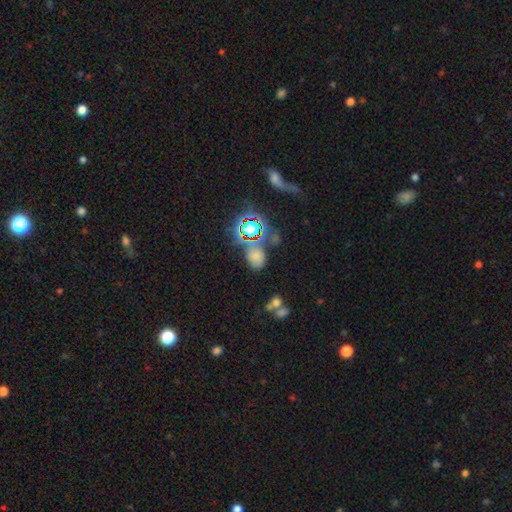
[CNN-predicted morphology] A smooth galaxy with no disk features (53%) that is in between round and cigar-shaped (62%).

Vote fractions:
- Smooth or featured? smooth: 53% / star or artifact: 36% / featured or disk: 11%
- How rounded? in between: 62% / round: 36% / cigar-shaped: 2%
- Merging? none: 50% / minor disturbance: 20% / merger: 18% / major disturbance: 12%